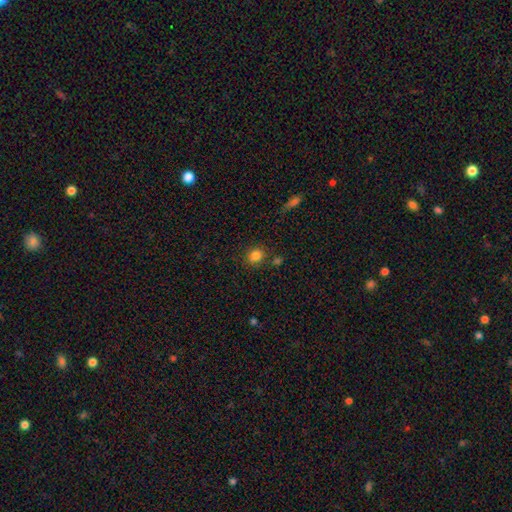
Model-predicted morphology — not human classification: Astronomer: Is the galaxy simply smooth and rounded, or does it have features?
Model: smooth — 83%.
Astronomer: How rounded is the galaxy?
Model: round — 83%.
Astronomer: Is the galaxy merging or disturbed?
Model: none — 79%.